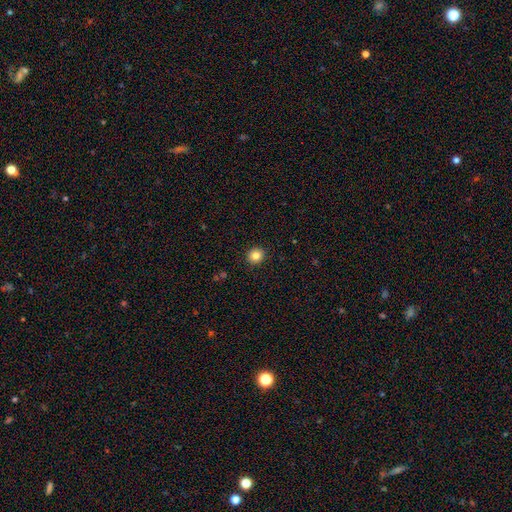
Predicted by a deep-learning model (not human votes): This appears to be a smooth galaxy with no disk features (83%) that is round (87%). Merging: none (92%).